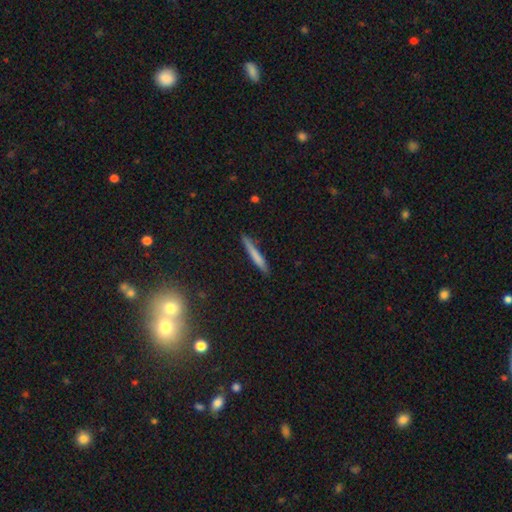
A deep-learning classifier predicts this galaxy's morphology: Q: Smooth or featured?
A: smooth (71%); runner-up: featured or disk (22%)
Q: How rounded?
A: cigar-shaped (96%); runner-up: in between (3%)
Q: Merging?
A: none (86%); runner-up: minor disturbance (10%)